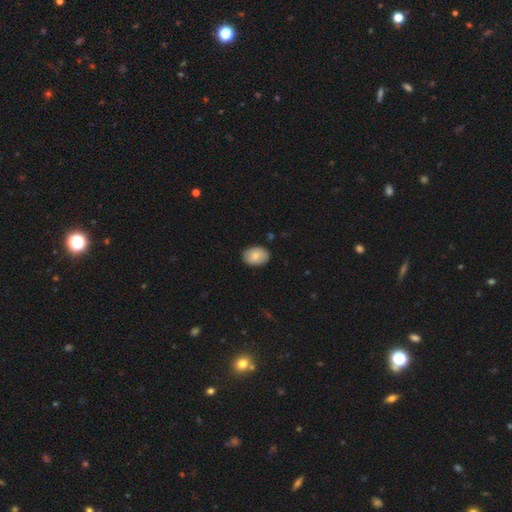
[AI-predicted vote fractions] A smooth galaxy with no disk features (82%) that is in between round and cigar-shaped (80%).

Vote fractions:
- Smooth or featured? smooth: 82% / featured or disk: 11% / star or artifact: 6%
- How rounded? in between: 80% / round: 19% / cigar-shaped: 1%
- Merging? none: 85% / minor disturbance: 12% / major disturbance: 2% / merger: 1%